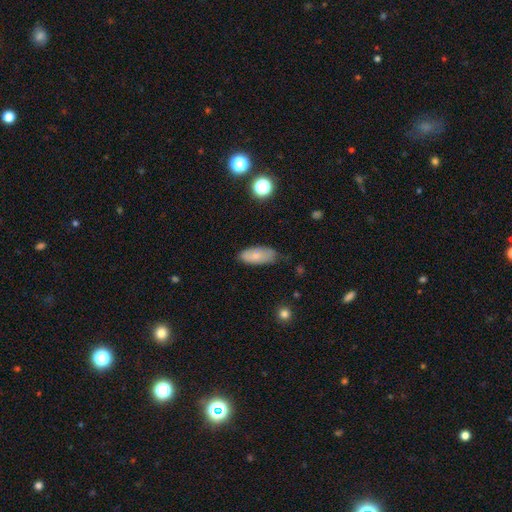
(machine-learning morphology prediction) Smooth or featured?
  - smooth: 76% *
  - featured or disk: 17%
  - star or artifact: 8%
How rounded?
  - in between: 88% *
  - cigar-shaped: 10%
  - round: 3%
Merging?
  - none: 64% *
  - minor disturbance: 28%
  - major disturbance: 5%
  - merger: 2%